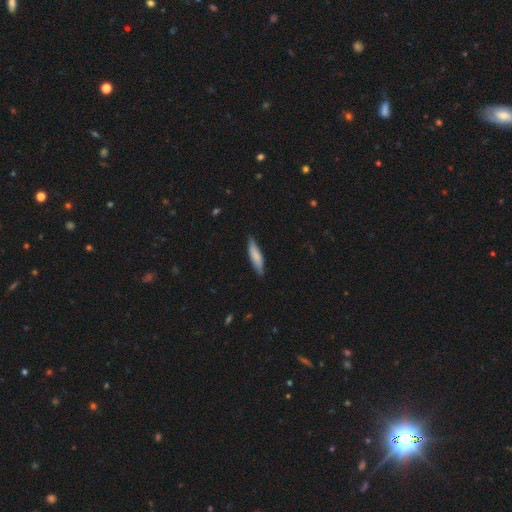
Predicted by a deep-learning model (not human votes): A smooth galaxy with no disk features (74%) that is cigar-shaped (76%).

Vote fractions:
- Smooth or featured? smooth: 74% / featured or disk: 20% / star or artifact: 5%
- How rounded? cigar-shaped: 76% / in between: 22% / round: 1%
- Merging? none: 81% / minor disturbance: 15% / major disturbance: 2% / merger: 1%